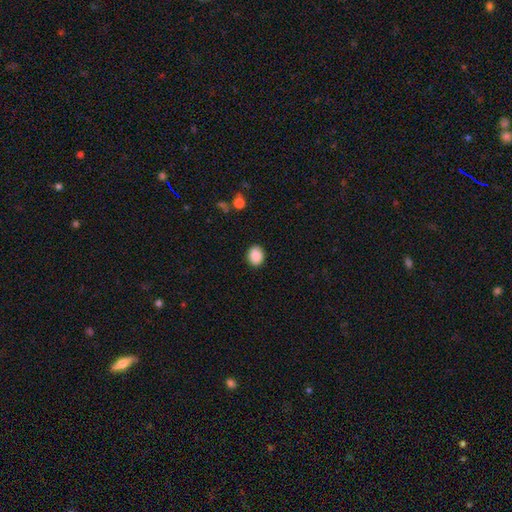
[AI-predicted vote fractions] smooth_or_featured: smooth (p=0.89) [alt: star or artifact p=0.08]
how_rounded: round (p=0.52) [alt: in between p=0.47]
merging: none (p=0.89) [alt: minor disturbance p=0.08]